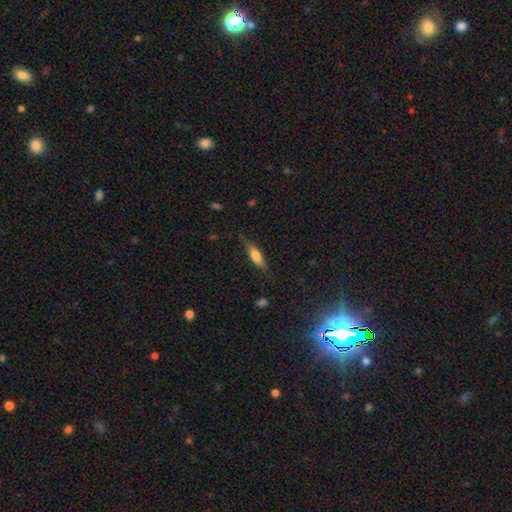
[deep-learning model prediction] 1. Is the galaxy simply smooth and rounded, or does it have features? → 56% smooth, 37% featured or disk, 7% star or artifact.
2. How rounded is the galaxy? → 60% cigar-shaped, 37% in between, 3% round.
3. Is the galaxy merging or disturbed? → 75% none, 18% minor disturbance, 5% major disturbance, 2% merger.